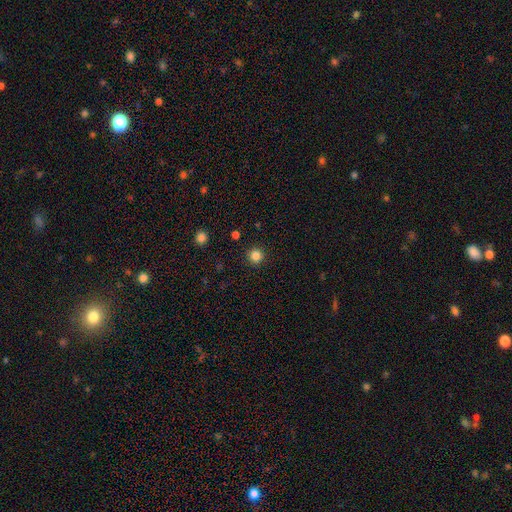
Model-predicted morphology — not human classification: A smooth galaxy with no disk features (83%) that is round (95%).

Vote fractions:
- Smooth or featured? smooth: 83% / star or artifact: 13% / featured or disk: 4%
- How rounded? round: 95% / in between: 4% / cigar-shaped: 1%
- Merging? none: 92% / minor disturbance: 5% / major disturbance: 2% / merger: 1%